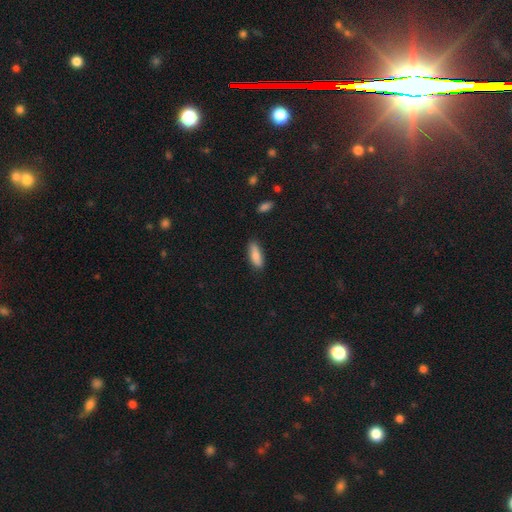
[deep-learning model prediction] Smooth or featured: smooth — 82% (featured or disk — 12%)
How rounded: in between — 64% (cigar-shaped — 34%)
Merging: none — 82% (minor disturbance — 14%)